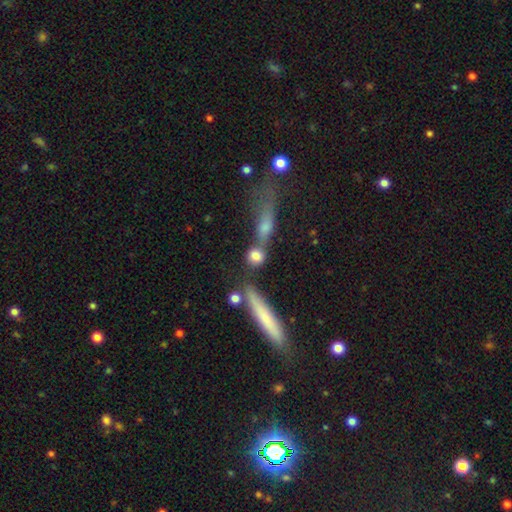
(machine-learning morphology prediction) smooth_or_featured: smooth (p=0.74) [alt: featured or disk p=0.16]
how_rounded: round (p=0.55) [alt: in between p=0.26]
merging: none (p=0.51) [alt: merger p=0.31]